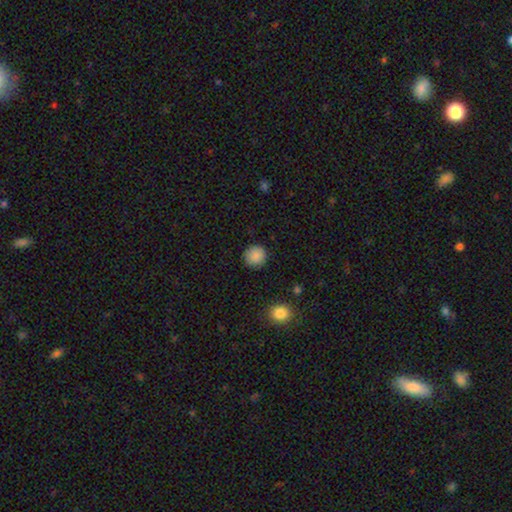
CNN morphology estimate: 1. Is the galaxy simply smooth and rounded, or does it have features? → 88% smooth, 8% star or artifact, 4% featured or disk.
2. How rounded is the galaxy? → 93% round, 6% in between, 1% cigar-shaped.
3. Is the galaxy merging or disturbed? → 90% none, 7% minor disturbance, 2% major disturbance, 1% merger.